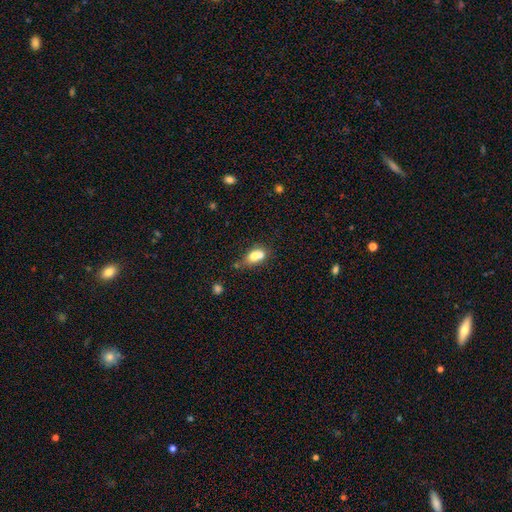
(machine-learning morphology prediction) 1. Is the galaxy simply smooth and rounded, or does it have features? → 71% smooth, 20% featured or disk, 10% star or artifact.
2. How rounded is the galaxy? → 70% in between, 27% round, 3% cigar-shaped.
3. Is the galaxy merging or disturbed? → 53% merger, 30% none, 12% minor disturbance, 5% major disturbance.